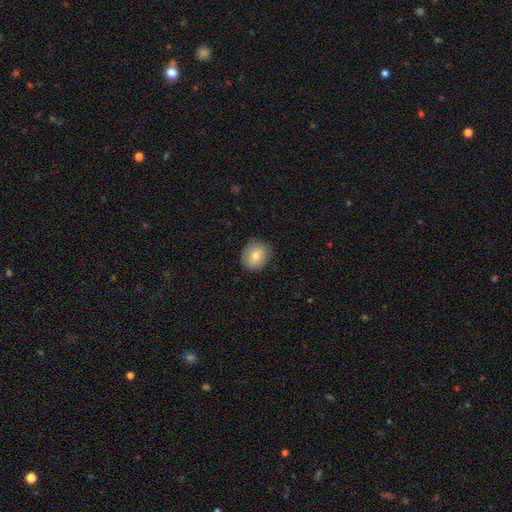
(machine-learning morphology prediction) A smooth galaxy with no disk features (76%) that is round (70%). Merging: none (84%).